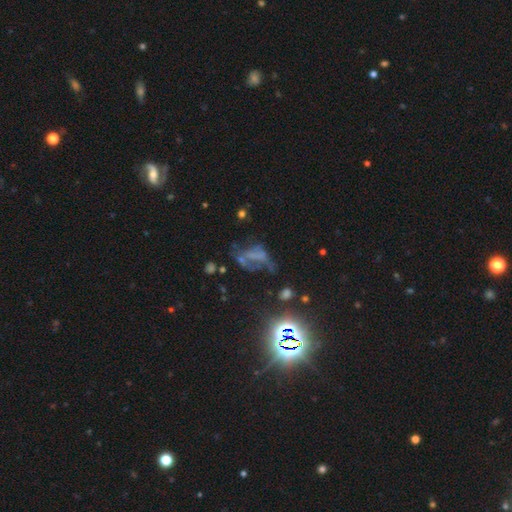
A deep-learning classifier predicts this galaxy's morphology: Smooth or featured? featured or disk (37%)
Merging? major disturbance (40%)